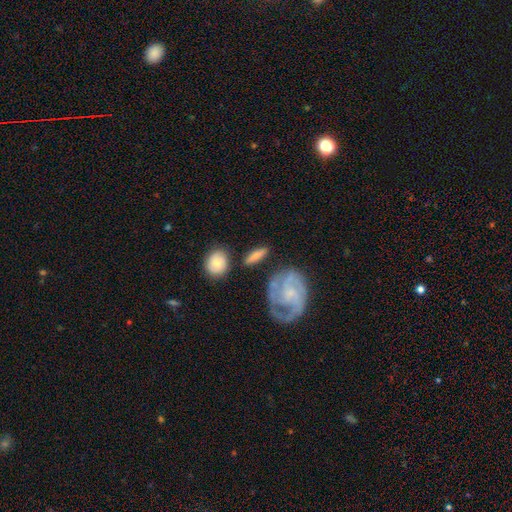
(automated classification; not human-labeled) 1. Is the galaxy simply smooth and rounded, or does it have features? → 57% smooth, 36% featured or disk, 7% star or artifact.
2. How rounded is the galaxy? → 48% cigar-shaped, 44% in between, 7% round.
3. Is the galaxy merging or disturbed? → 75% none, 14% minor disturbance, 6% major disturbance, 5% merger.